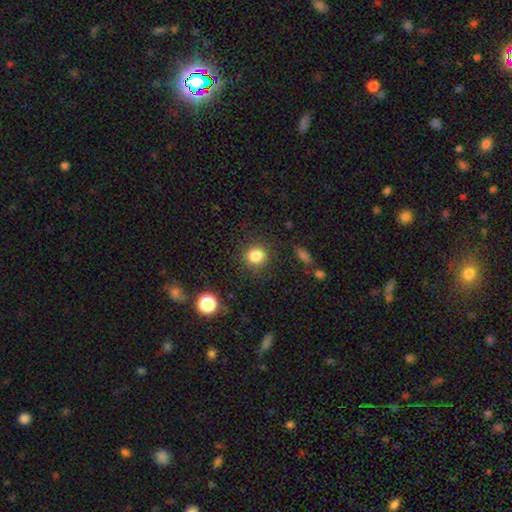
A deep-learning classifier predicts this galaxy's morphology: Smooth or featured? smooth (84%)
How rounded? round (80%)
Merging? none (85%)